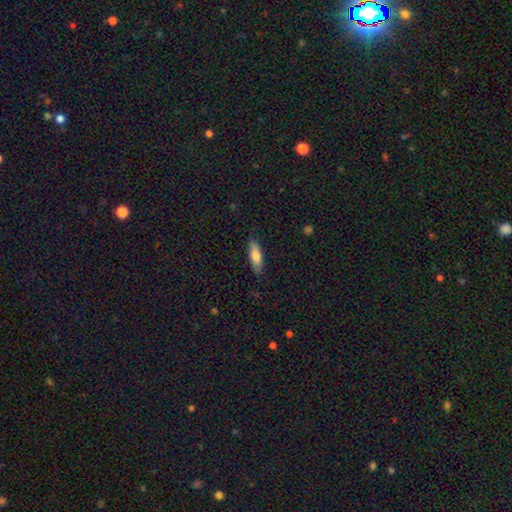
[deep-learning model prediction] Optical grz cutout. It shows a smooth galaxy with no disk features (77%) that is in between round and cigar-shaped (51%). Merging: none (85%).